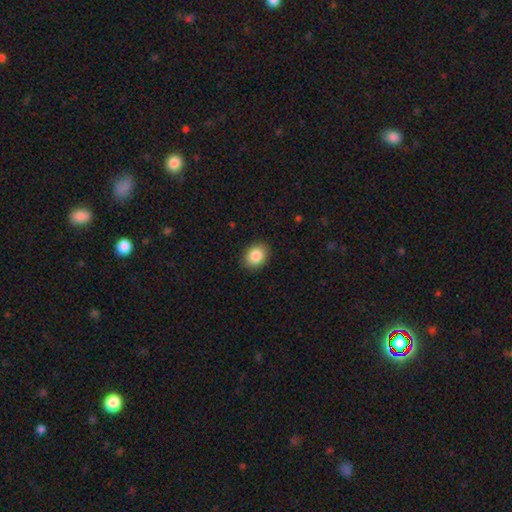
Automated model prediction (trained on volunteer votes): Q: Smooth or featured?
A: smooth (86%); runner-up: star or artifact (8%)
Q: How rounded?
A: in between (53%); runner-up: round (47%)
Q: Merging?
A: none (89%); runner-up: minor disturbance (8%)